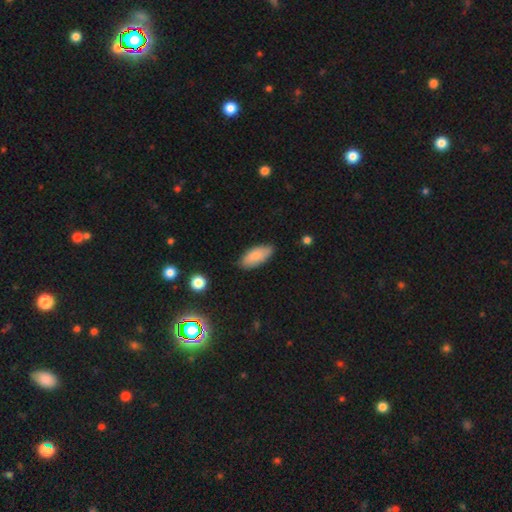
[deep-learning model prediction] Smooth or featured?
  - smooth: 82% *
  - featured or disk: 12%
  - star or artifact: 6%
How rounded?
  - in between: 88% *
  - cigar-shaped: 11%
  - round: 2%
Merging?
  - none: 79% *
  - minor disturbance: 17%
  - major disturbance: 3%
  - merger: 1%